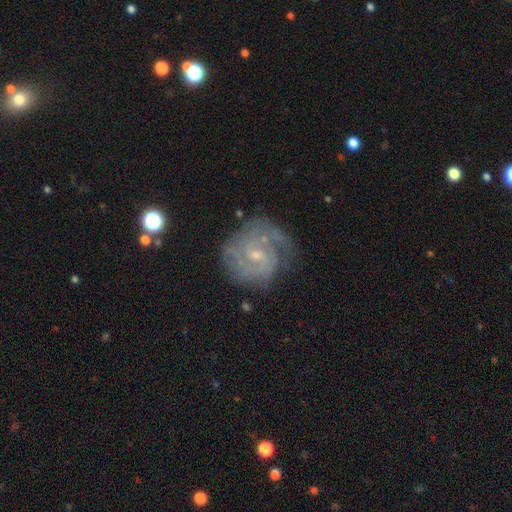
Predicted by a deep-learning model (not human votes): This is clearly a featured or disk galaxy (86%). It is clearly not viewed edge-on (98%). Bar: possibly weak (49%). Spiral arm pattern: clearly yes (96%). Spiral arm count: marginally 2 (41%). Spiral winding: likely tight (61%). Central bulge: likely small (72%). Merging: likely none (69%).